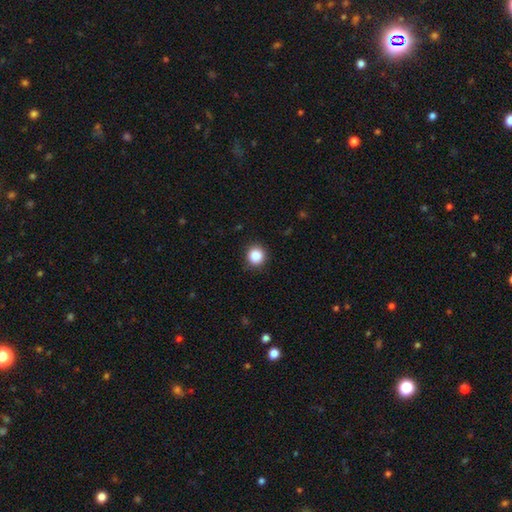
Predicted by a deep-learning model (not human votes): Morphology: type=smooth (86%); roundness=round (93%); merging=none (91%).